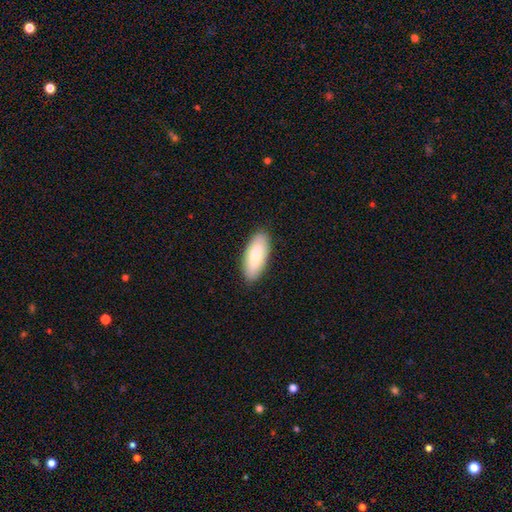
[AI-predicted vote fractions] Smooth or featured: smooth — 76% (featured or disk — 19%)
How rounded: in between — 83% (cigar-shaped — 15%)
Merging: none — 89% (minor disturbance — 8%)